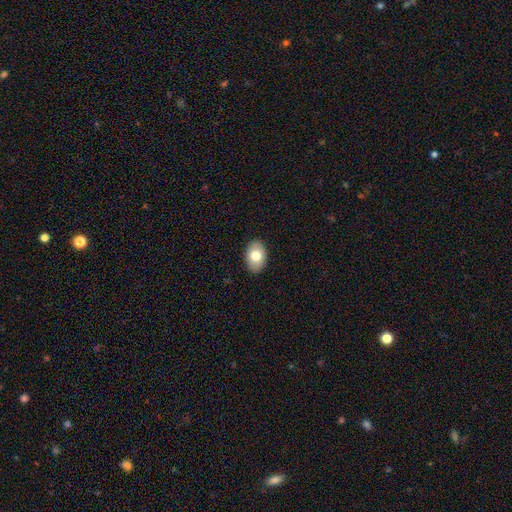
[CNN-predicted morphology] A smooth galaxy with no disk features (77%) that is in between round and cigar-shaped (86%). Merging: none (89%).